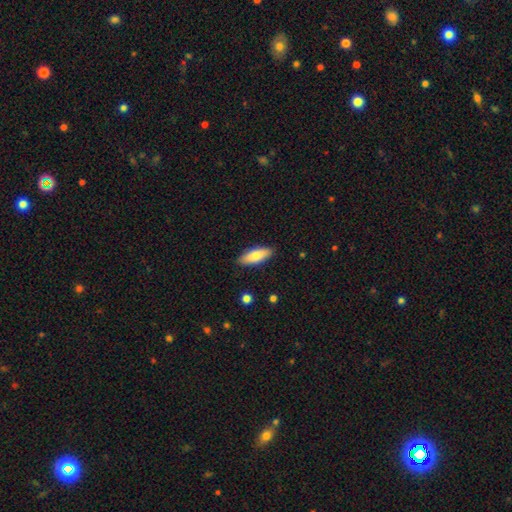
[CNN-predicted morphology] smooth_or_featured: smooth (p=0.81) [alt: featured or disk p=0.13]
how_rounded: in between (p=0.69) [alt: cigar-shaped p=0.29]
merging: none (p=0.88) [alt: minor disturbance p=0.09]